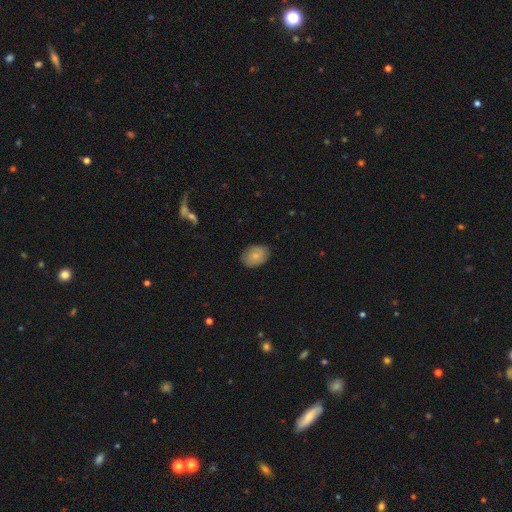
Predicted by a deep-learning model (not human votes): Overall: smooth (78%). How rounded: in between (70%). Merging: none (80%).